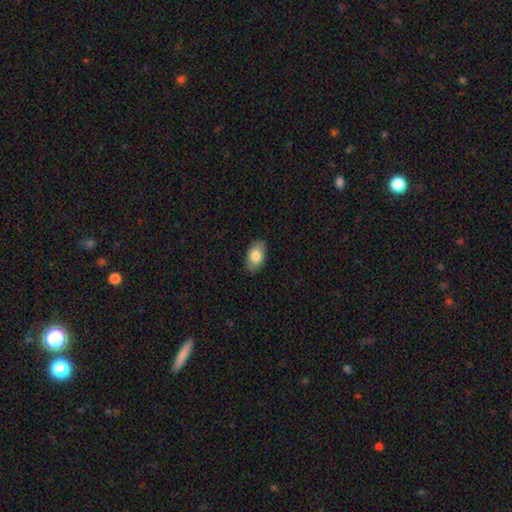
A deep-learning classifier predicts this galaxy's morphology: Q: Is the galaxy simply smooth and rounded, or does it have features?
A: smooth — 82%.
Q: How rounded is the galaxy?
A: in between — 92%.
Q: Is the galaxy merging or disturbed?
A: none — 87%.